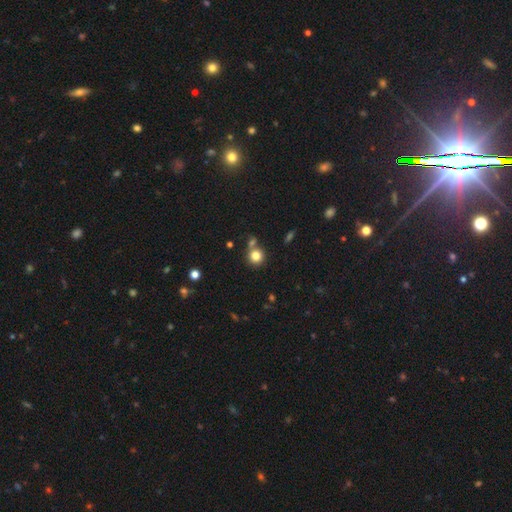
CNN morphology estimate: smooth 81%, star or artifact 12%, featured or disk 7%. Down the decision tree: how rounded — round (90%); merging — none (67%).